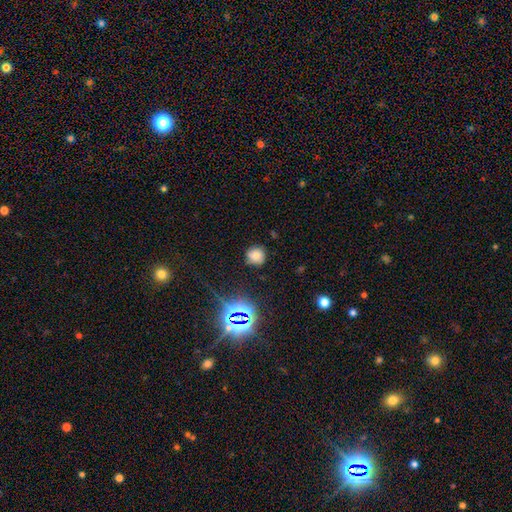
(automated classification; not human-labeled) This appears to be a smooth galaxy with no disk features (66%) that is round (90%). Merging: none (80%).